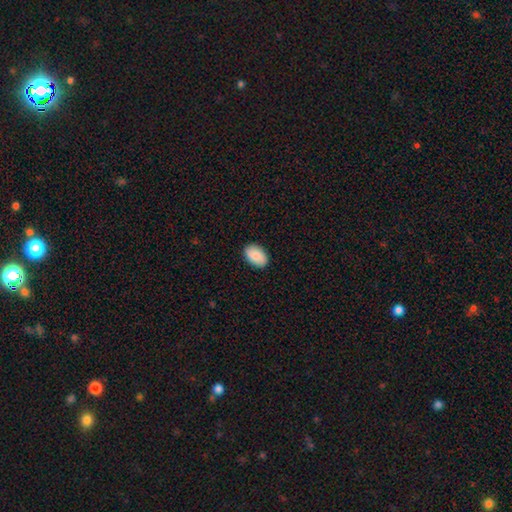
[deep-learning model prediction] Morphology: type=smooth (87%); roundness=in between (91%); merging=none (89%).